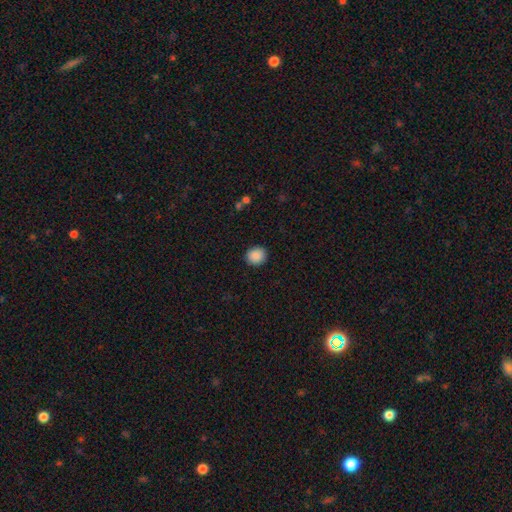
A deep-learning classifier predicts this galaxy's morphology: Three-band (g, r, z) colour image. It shows a smooth galaxy with no disk features (89%) that is round (80%). Merging: none (90%).